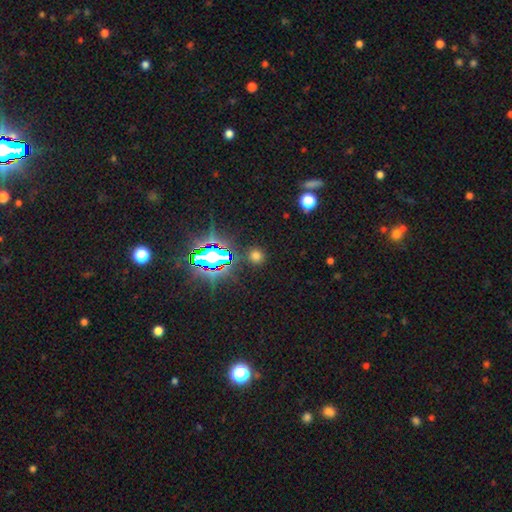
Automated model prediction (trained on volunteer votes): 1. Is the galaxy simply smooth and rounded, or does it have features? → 58% smooth, 36% star or artifact, 6% featured or disk.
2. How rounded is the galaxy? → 89% round, 9% in between, 1% cigar-shaped.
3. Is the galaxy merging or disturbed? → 86% none, 7% minor disturbance, 3% major disturbance, 3% merger.